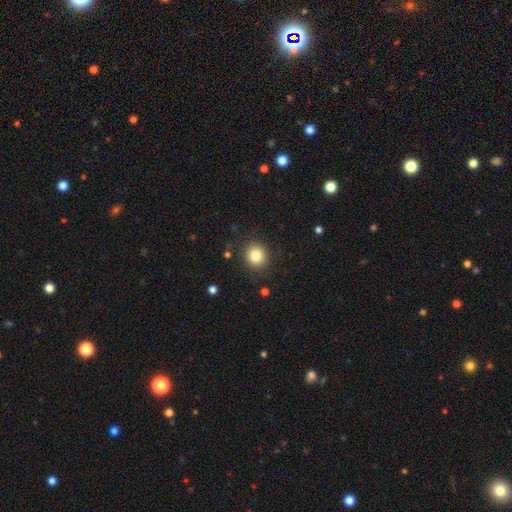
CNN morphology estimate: smooth-or-featured: smooth: 82% | star or artifact: 11% | featured or disk: 7%
  how-rounded: round: 85% | in between: 14% | cigar-shaped: 1%
  merging: none: 89% | minor disturbance: 7% | major disturbance: 3% | merger: 1%